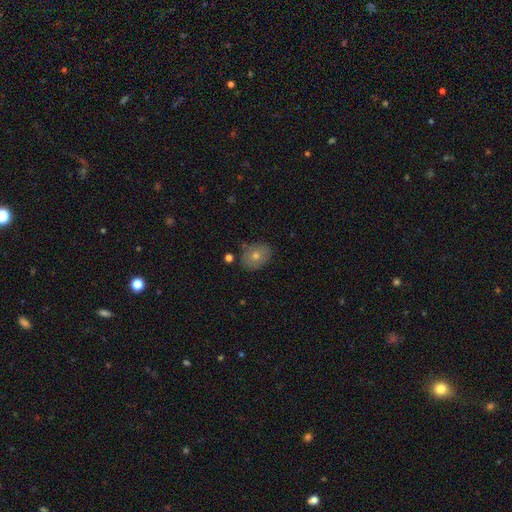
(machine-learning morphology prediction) Smooth or featured: smooth — 65% (featured or disk — 22%)
How rounded: in between — 51% (round — 48%)
Merging: none — 81% (minor disturbance — 13%)